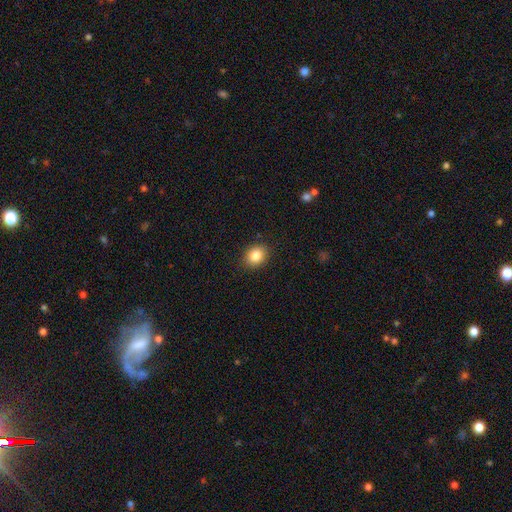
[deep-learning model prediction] Smooth or featured?
  - smooth: 85% *
  - star or artifact: 10%
  - featured or disk: 6%
How rounded?
  - round: 55% *
  - in between: 45%
  - cigar-shaped: 1%
Merging?
  - none: 89% *
  - minor disturbance: 8%
  - major disturbance: 2%
  - merger: 1%